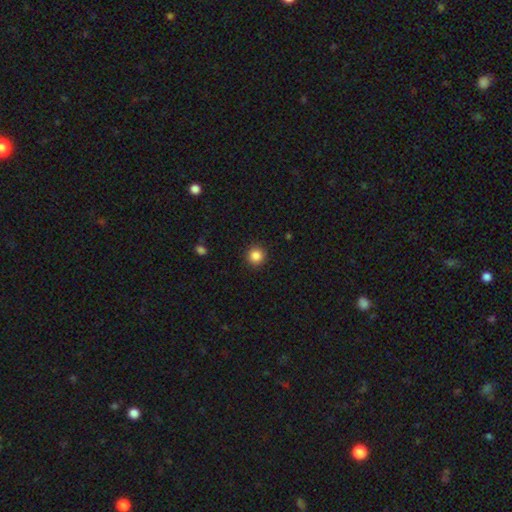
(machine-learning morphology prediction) Smooth or featured? Predicted: smooth (p=0.86). How rounded? Predicted: round (p=0.94). Merging? Predicted: none (p=0.91).